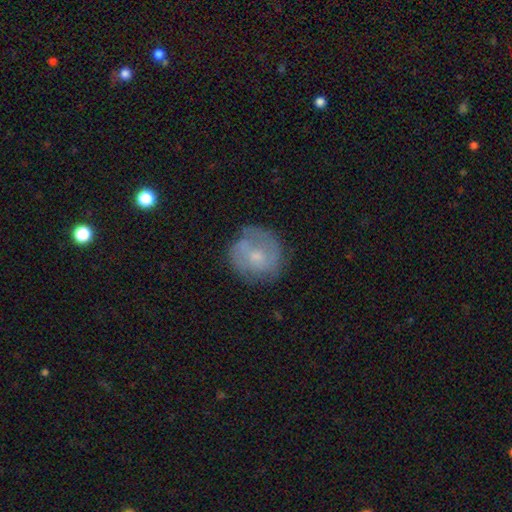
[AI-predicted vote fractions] featured or disk 46% (tied), smooth 46% (tied), star or artifact 8%. Down the decision tree: merging — none (66%).